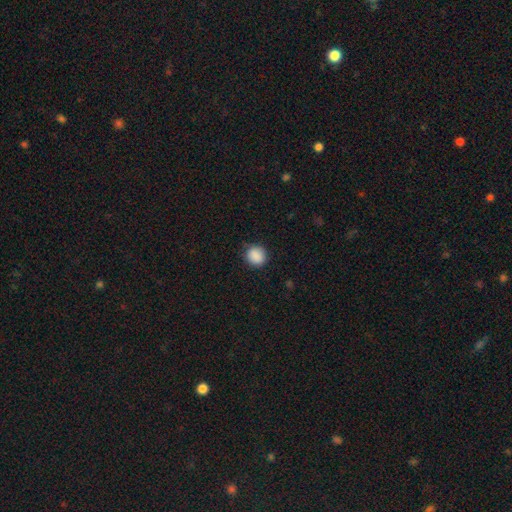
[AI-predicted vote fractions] Smooth or featured? Predicted: smooth (p=0.89). How rounded? Predicted: round (p=0.80). Merging? Predicted: none (p=0.84).